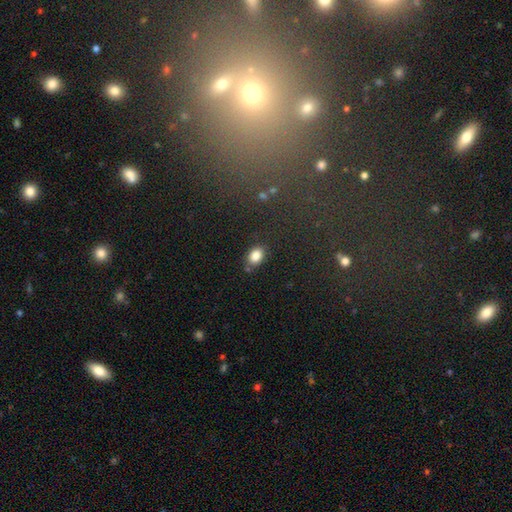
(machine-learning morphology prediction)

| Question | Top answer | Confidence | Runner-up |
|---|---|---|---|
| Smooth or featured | smooth | 84% | star or artifact (10%) |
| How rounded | in between | 75% | round (23%) |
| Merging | none | 79% | minor disturbance (13%) |